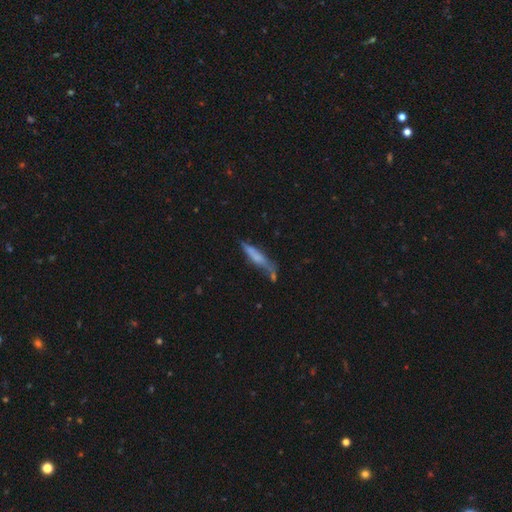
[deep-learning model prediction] Smooth or featured? smooth (57%)
How rounded? cigar-shaped (87%)
Merging? none (50%)